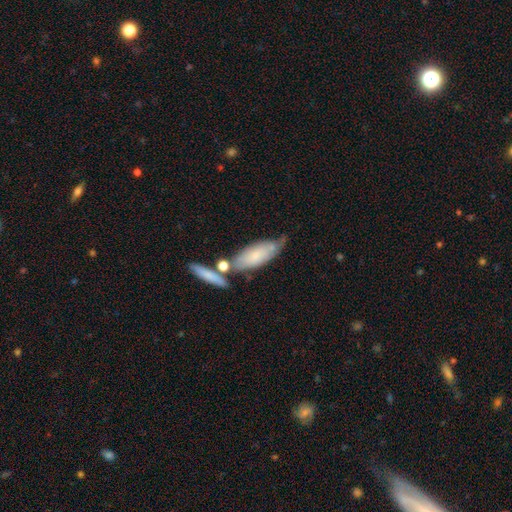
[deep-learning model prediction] Smooth or featured? smooth (66%)
How rounded? in between (67%)
Merging? none (49%)